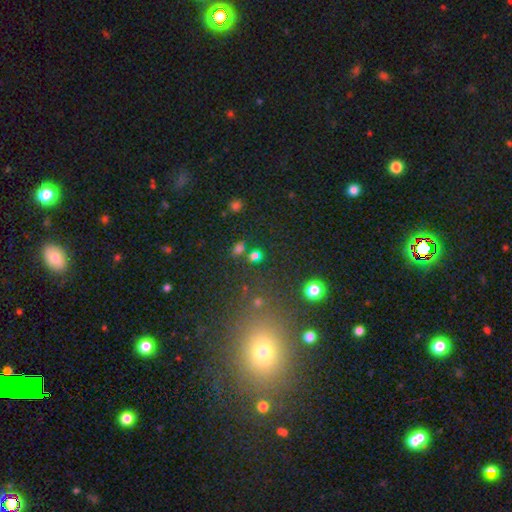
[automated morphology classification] Q: Smooth or featured?
A: smooth (61%); runner-up: star or artifact (31%)
Q: How rounded?
A: round (53%); runner-up: in between (44%)
Q: Merging?
A: none (72%); runner-up: merger (12%)